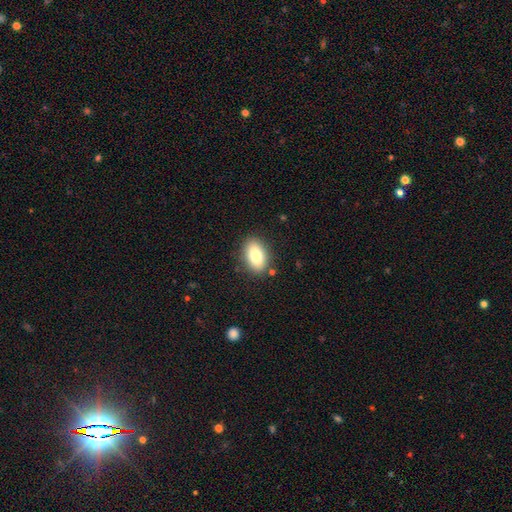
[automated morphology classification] This appears to be a smooth galaxy with no disk features (80%) that is in between round and cigar-shaped (89%). Merging: none (86%).